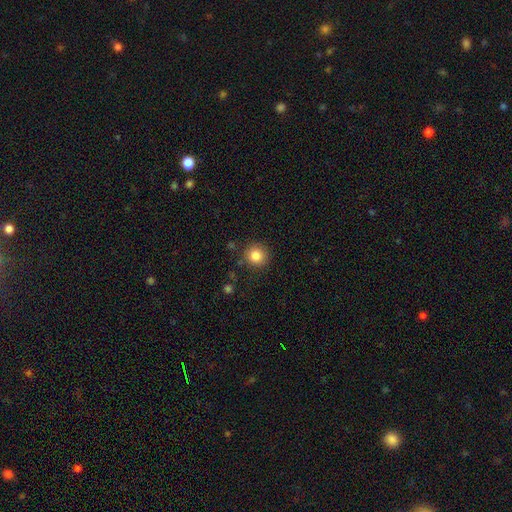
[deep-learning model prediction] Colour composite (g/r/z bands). It shows a smooth galaxy with no disk features (84%) that is round (92%). Merging: none (87%).